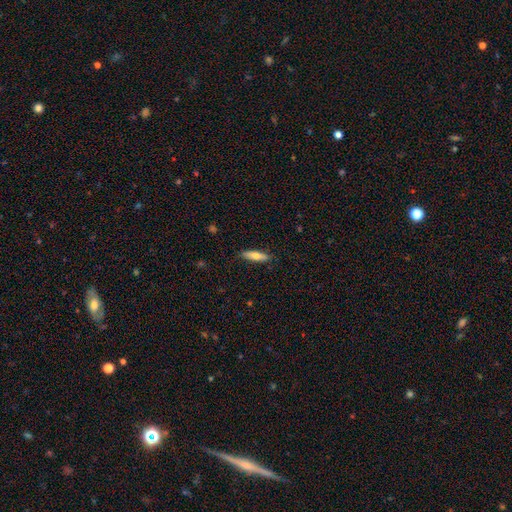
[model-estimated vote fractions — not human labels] smooth-or-featured: smooth: 70% | featured or disk: 24% | star or artifact: 6%
  how-rounded: cigar-shaped: 69% | in between: 29% | round: 2%
  merging: none: 86% | minor disturbance: 11% | major disturbance: 2% | merger: 1%